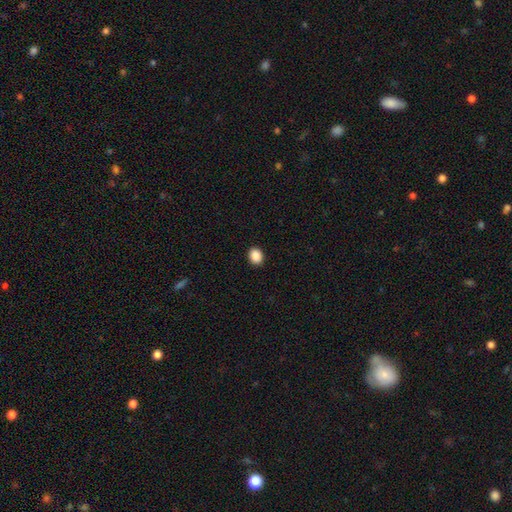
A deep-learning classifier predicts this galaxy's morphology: Overall: smooth (89%). How rounded: round (52%; in between 48%). Merging: none (91%).